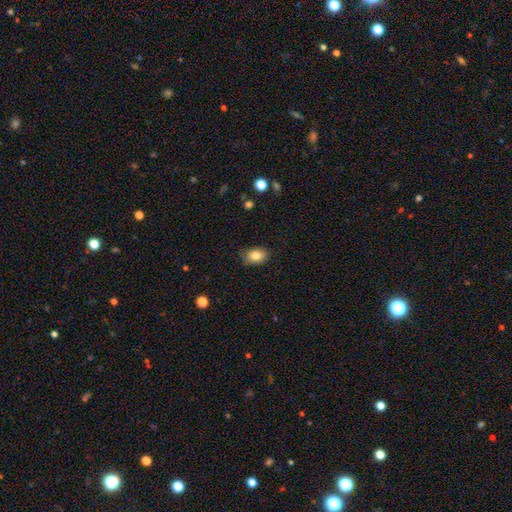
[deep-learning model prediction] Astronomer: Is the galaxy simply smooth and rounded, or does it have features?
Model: smooth — 83%.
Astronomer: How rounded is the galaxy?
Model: in between — 78%.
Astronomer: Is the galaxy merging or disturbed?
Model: none — 80%.